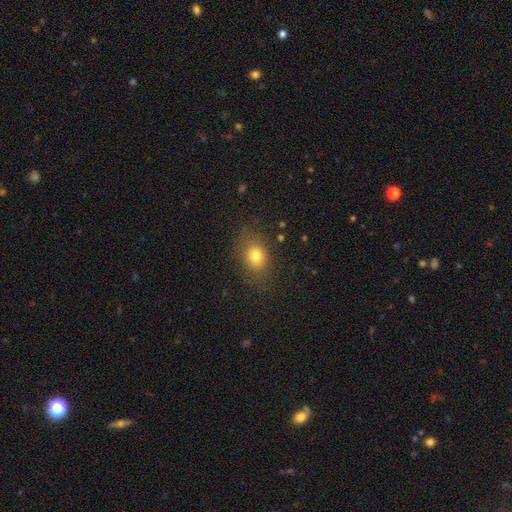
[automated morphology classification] Smooth or featured?
  - smooth: 76% *
  - star or artifact: 13%
  - featured or disk: 11%
How rounded?
  - in between: 54% *
  - round: 44%
  - cigar-shaped: 2%
Merging?
  - none: 78% *
  - minor disturbance: 15%
  - major disturbance: 6%
  - merger: 1%